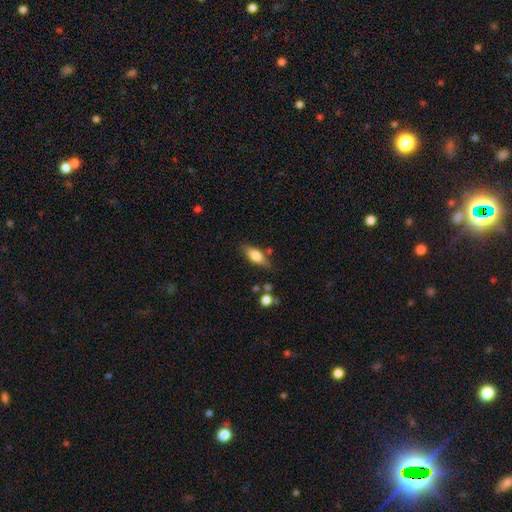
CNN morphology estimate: Smooth or featured?
  - smooth: 66% *
  - featured or disk: 27%
  - star or artifact: 7%
How rounded?
  - in between: 67% *
  - cigar-shaped: 30%
  - round: 3%
Merging?
  - none: 76% *
  - minor disturbance: 16%
  - merger: 5%
  - major disturbance: 4%